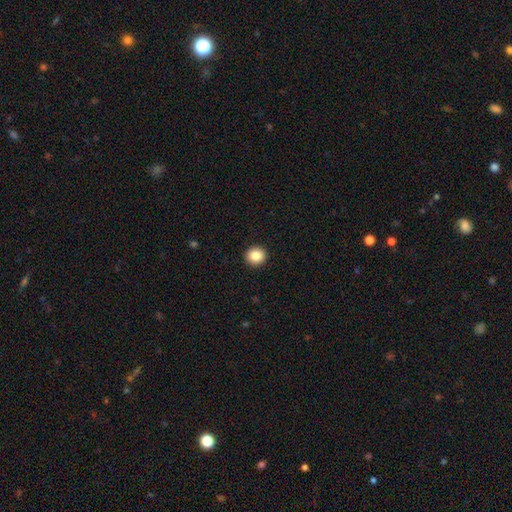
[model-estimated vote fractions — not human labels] A smooth galaxy with no disk features (86%) that is round (91%).

Vote fractions:
- Smooth or featured? smooth: 86% / star or artifact: 9% / featured or disk: 5%
- How rounded? round: 91% / in between: 8% / cigar-shaped: 1%
- Merging? none: 93% / minor disturbance: 4% / major disturbance: 1% / merger: 1%